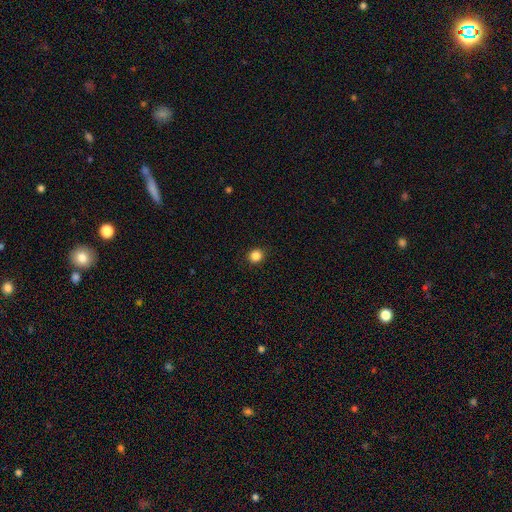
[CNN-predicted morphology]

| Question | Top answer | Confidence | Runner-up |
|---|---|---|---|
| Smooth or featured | smooth | 86% | star or artifact (11%) |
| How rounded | round | 88% | in between (11%) |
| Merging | none | 91% | minor disturbance (6%) |